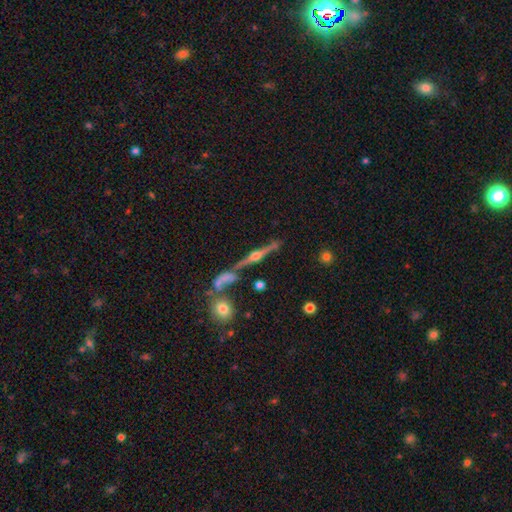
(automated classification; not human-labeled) Smooth or featured?
  - featured or disk: 84% *
  - smooth: 9%
  - star or artifact: 7%
Edge-on disk?
  - yes: 96% *
  - no: 4%
Edge-on bulge?
  - rounded: 94% *
  - boxy: 3%
  - none: 3%
Merging?
  - none: 73% *
  - minor disturbance: 12%
  - merger: 10%
  - major disturbance: 4%